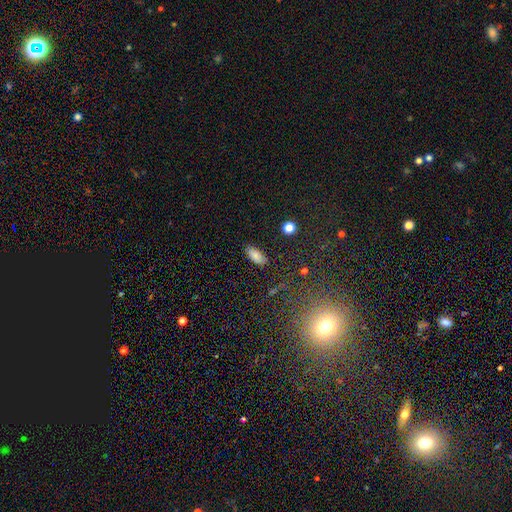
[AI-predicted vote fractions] Smooth or featured? smooth (83%)
How rounded? in between (86%)
Merging? none (84%)